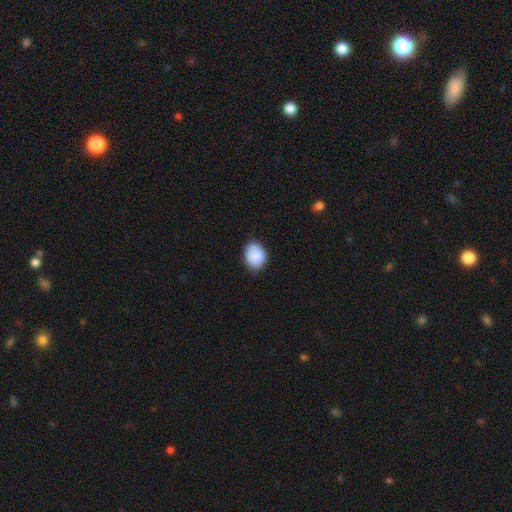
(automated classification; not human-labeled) A smooth galaxy with no disk features (84%) that is in between round and cigar-shaped (54%). Merging: none (73%).